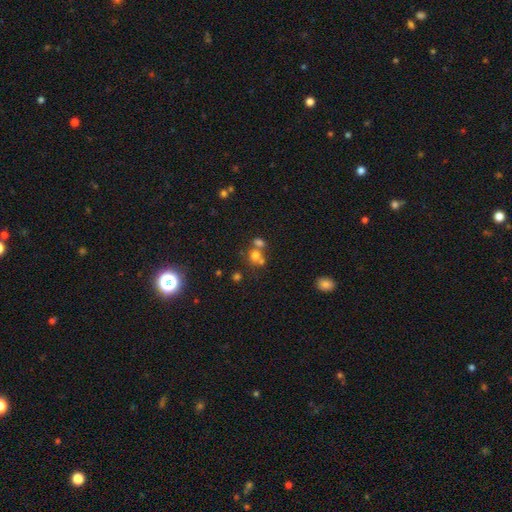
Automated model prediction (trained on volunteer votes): smooth_or_featured: smooth (p=0.67) [alt: star or artifact p=0.19]
how_rounded: round (p=0.76) [alt: in between p=0.23]
merging: none (p=0.44) [alt: merger p=0.43]